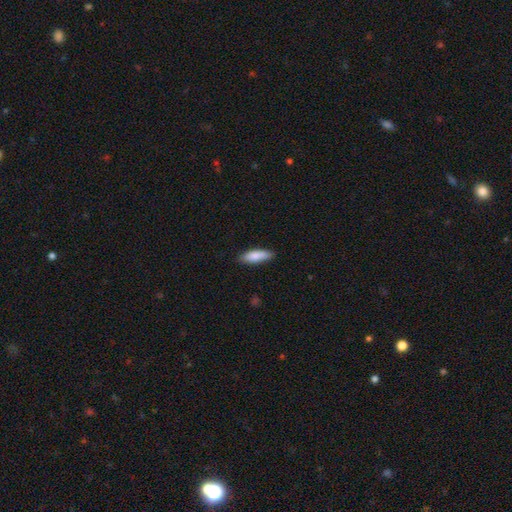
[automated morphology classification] A smooth galaxy with no disk features (85%) that is in between round and cigar-shaped (51%). Merging: none (84%).